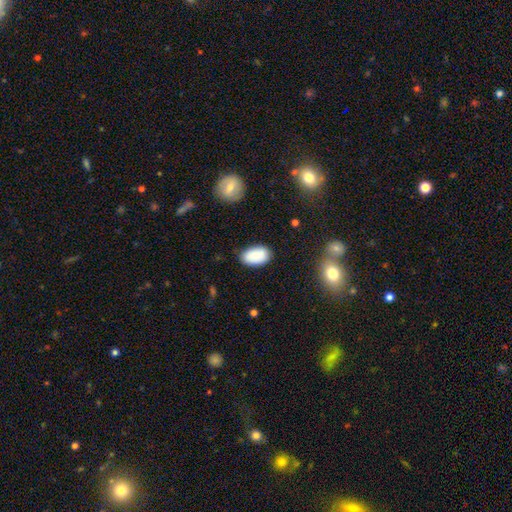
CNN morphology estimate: This is clearly a smooth galaxy (87%). How rounded: clearly in between (93%). Merging: clearly none (80%).